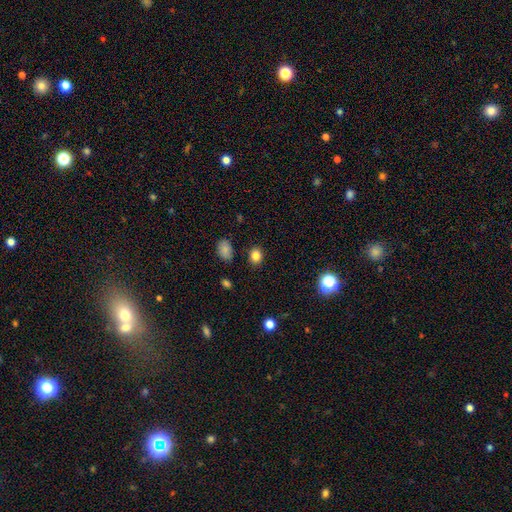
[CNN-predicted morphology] Q: Smooth or featured?
A: smooth (84%); runner-up: star or artifact (11%)
Q: How rounded?
A: round (52%); runner-up: in between (47%)
Q: Merging?
A: none (86%); runner-up: minor disturbance (9%)